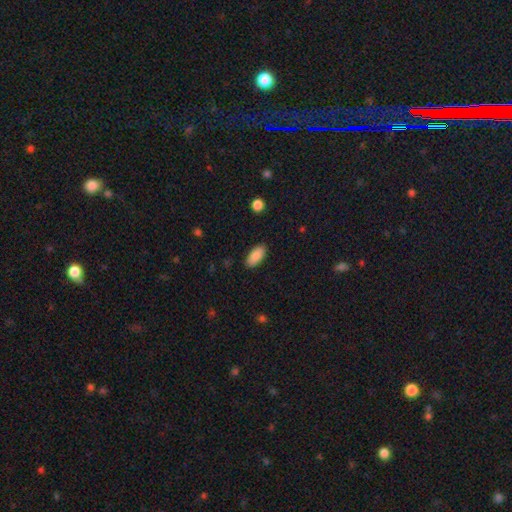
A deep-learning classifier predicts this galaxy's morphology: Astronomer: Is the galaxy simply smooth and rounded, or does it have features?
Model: smooth — 89%.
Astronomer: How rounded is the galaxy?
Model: in between — 91%.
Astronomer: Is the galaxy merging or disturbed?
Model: none — 88%.